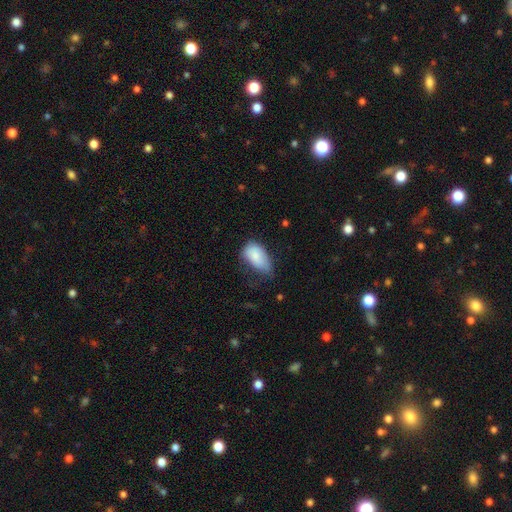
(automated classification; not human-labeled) Smooth or featured?
  - smooth: 83% *
  - featured or disk: 10%
  - star or artifact: 7%
How rounded?
  - in between: 93% *
  - round: 5%
  - cigar-shaped: 2%
Merging?
  - minor disturbance: 45% *
  - none: 33%
  - major disturbance: 19%
  - merger: 2%